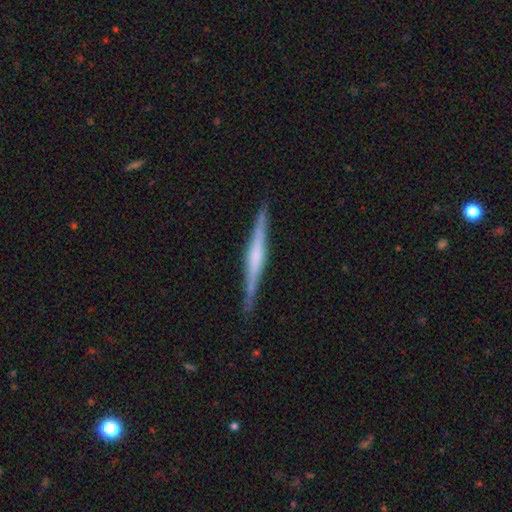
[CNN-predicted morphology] Smooth or featured? Predicted: featured or disk (p=0.70). Edge-on disk? Predicted: yes (p=0.98). Edge-on bulge? Predicted: rounded (p=0.48). Merging? Predicted: none (p=0.90).